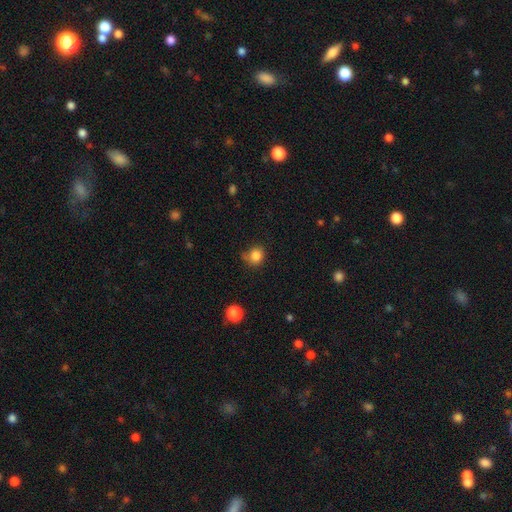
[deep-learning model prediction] Smooth or featured: smooth — 83% (star or artifact — 11%)
How rounded: round — 81% (in between — 18%)
Merging: none — 61% (minor disturbance — 28%)